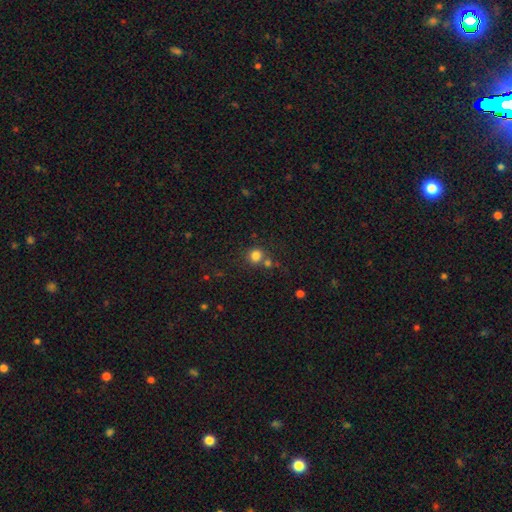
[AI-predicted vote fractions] Overall: smooth (81%). How rounded: round (88%). Merging: none (68%).